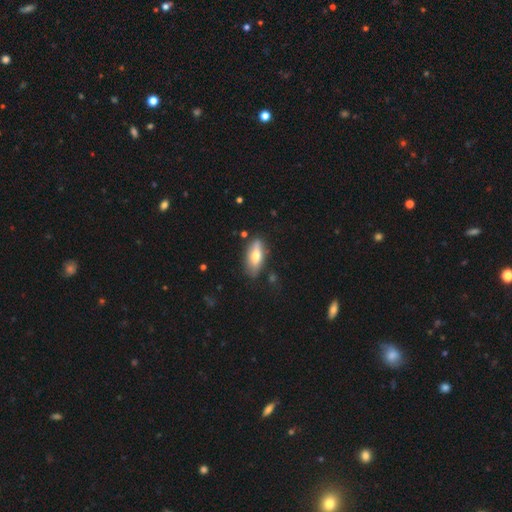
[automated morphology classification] Smooth or featured? smooth (60%)
How rounded? in between (78%)
Merging? none (77%)